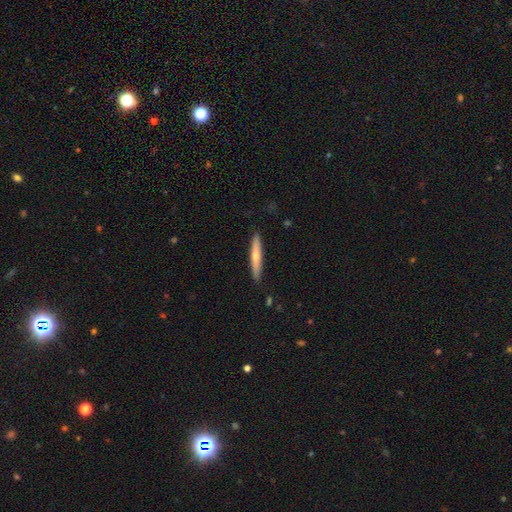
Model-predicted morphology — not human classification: Smooth or featured?
  - smooth: 50% *
  - featured or disk: 45%
  - star or artifact: 6%
Merging?
  - none: 90% *
  - minor disturbance: 8%
  - major disturbance: 1%
  - merger: 1%